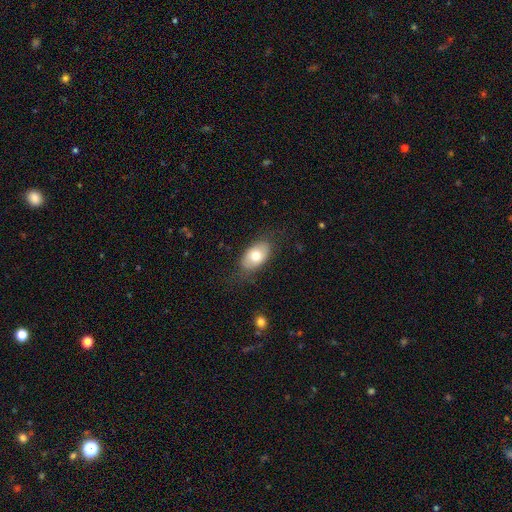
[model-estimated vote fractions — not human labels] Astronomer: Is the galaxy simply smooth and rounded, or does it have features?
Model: smooth — 72%.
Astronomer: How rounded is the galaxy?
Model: in between — 91%.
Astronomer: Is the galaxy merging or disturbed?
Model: none — 77%.